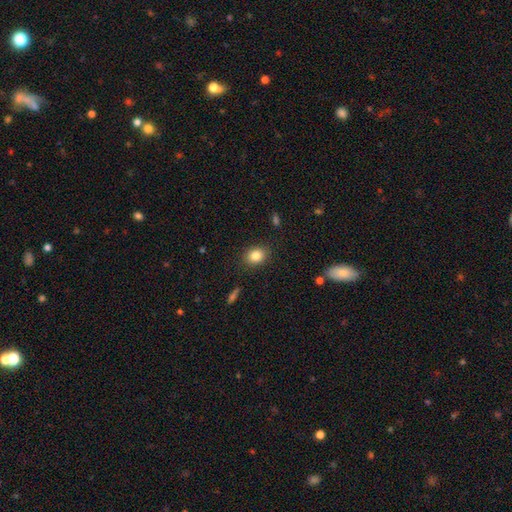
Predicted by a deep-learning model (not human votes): smooth 84%, star or artifact 10%, featured or disk 7%. Down the decision tree: how rounded — in between (51%); merging — none (87%).